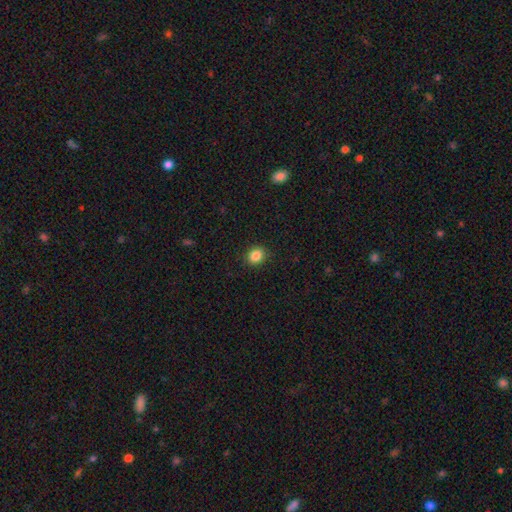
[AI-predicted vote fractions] smooth_or_featured: smooth (p=0.85) [alt: star or artifact p=0.10]
how_rounded: round (p=0.65) [alt: in between p=0.35]
merging: none (p=0.90) [alt: minor disturbance p=0.07]